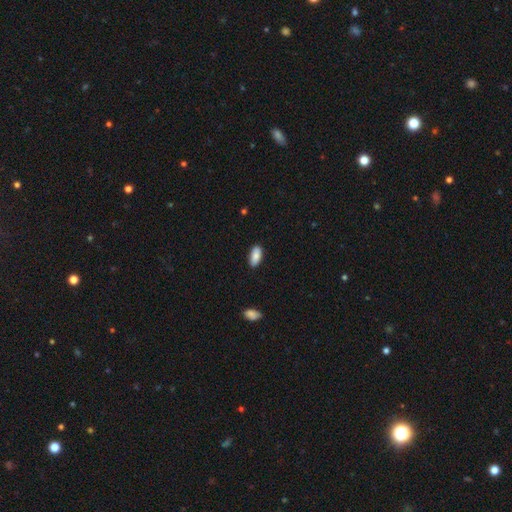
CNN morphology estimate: A smooth galaxy with no disk features (87%) that is in between round and cigar-shaped (89%). Merging: none (87%).